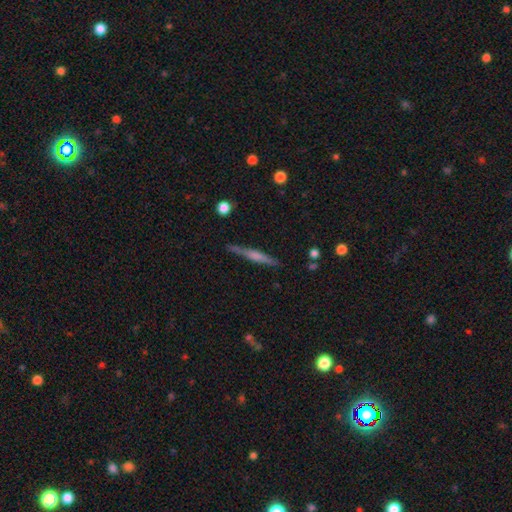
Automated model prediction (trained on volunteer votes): Smooth or featured? Predicted: featured or disk (p=0.63). Edge-on disk? Predicted: yes (p=0.94). Edge-on bulge? Predicted: rounded (p=0.73). Merging? Predicted: none (p=0.85).